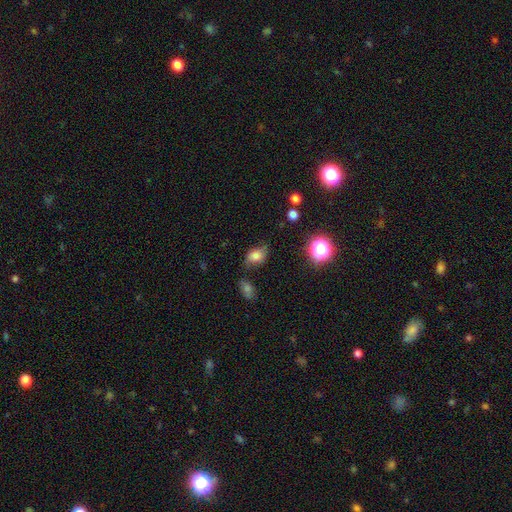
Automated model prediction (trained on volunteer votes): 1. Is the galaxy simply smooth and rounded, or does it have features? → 73% smooth, 14% star or artifact, 14% featured or disk.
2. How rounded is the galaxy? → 76% in between, 22% round, 2% cigar-shaped.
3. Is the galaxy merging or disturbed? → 61% none, 26% minor disturbance, 8% major disturbance, 5% merger.